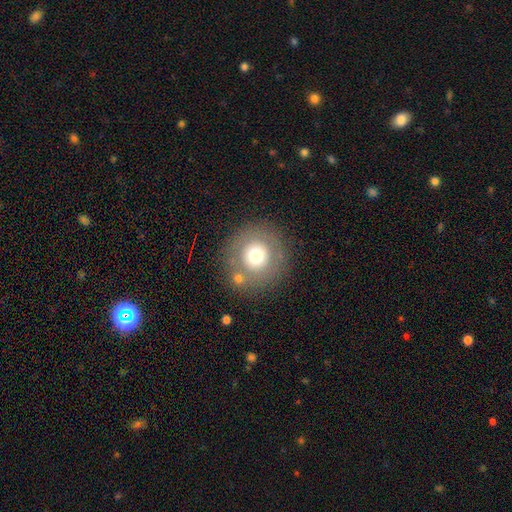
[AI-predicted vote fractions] The model was most divided on "smooth or featured": smooth: 67%, featured or disk: 21%, star or artifact: 12%. More confident: how rounded — round (95%); merging — none (82%).